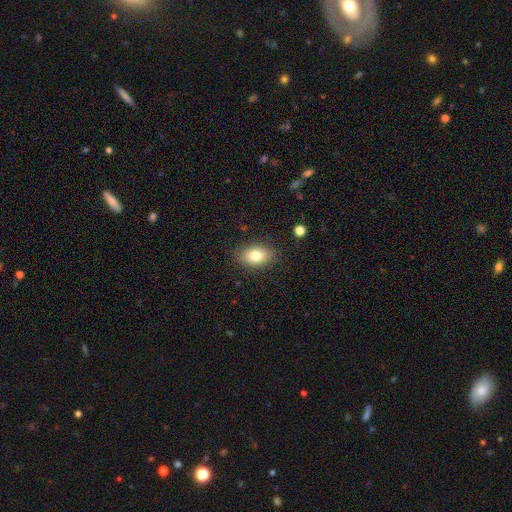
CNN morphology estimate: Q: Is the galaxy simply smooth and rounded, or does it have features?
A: smooth — 79%.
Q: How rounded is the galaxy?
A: in between — 86%.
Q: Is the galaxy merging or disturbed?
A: none — 86%.